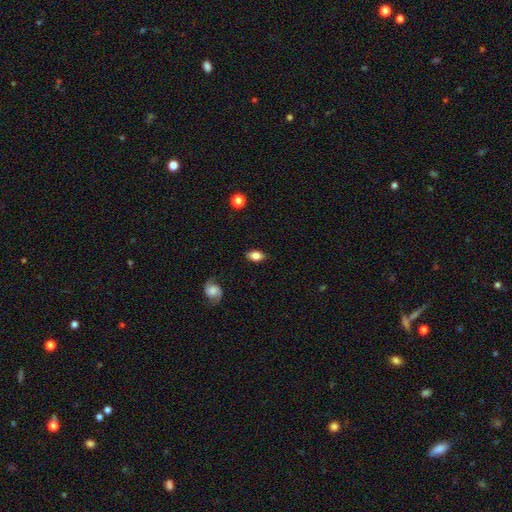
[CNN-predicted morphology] smooth 78%, featured or disk 14%, star or artifact 8%. Down the decision tree: how rounded — in between (88%); merging — none (84%).